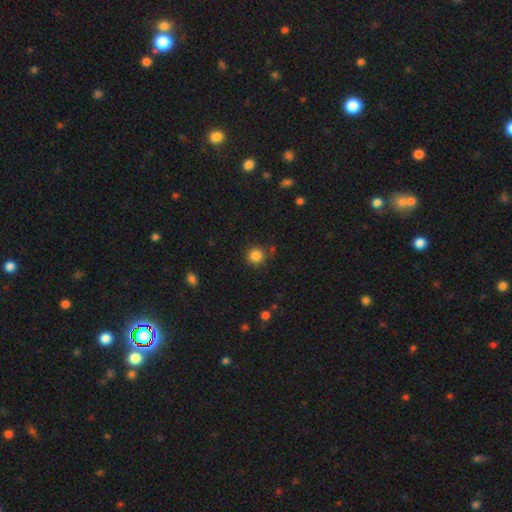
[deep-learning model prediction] smooth 84%, star or artifact 12%, featured or disk 4%. Down the decision tree: how rounded — round (94%); merging — none (84%).